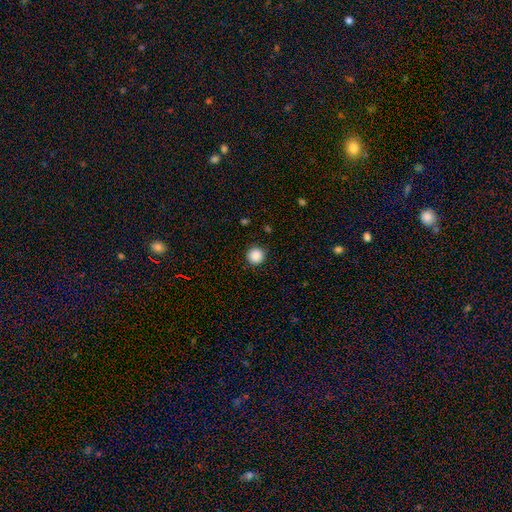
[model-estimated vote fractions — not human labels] Morphology: type=smooth (89%); roundness=round (95%); merging=none (91%).